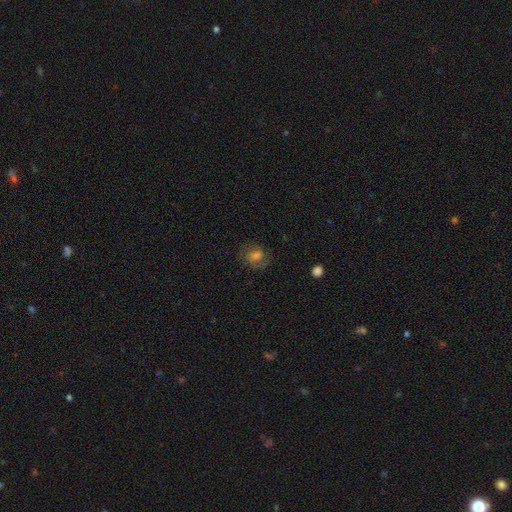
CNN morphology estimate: This appears to be a smooth galaxy with no disk features (45%). Merging: none (72%).